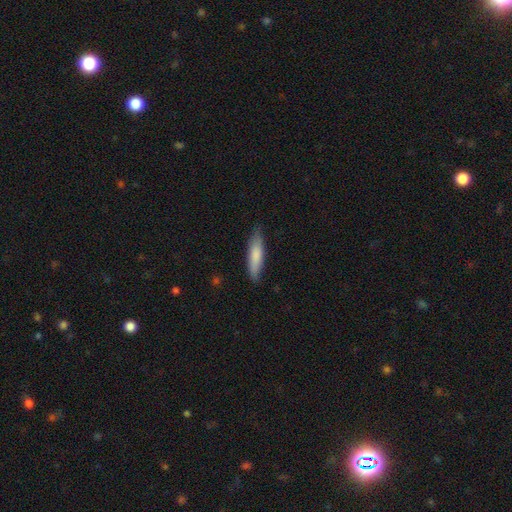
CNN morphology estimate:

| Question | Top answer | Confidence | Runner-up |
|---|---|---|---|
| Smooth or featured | smooth | 80% | featured or disk (15%) |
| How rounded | cigar-shaped | 68% | in between (30%) |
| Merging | none | 81% | minor disturbance (15%) |